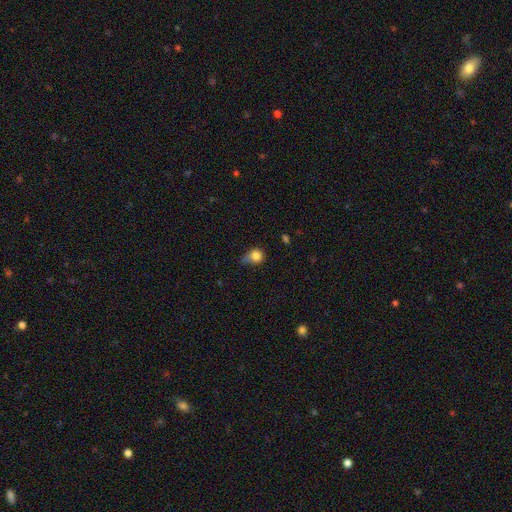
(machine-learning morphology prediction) A smooth galaxy with no disk features (82%) that is round (69%). Merging: minor disturbance (44%).